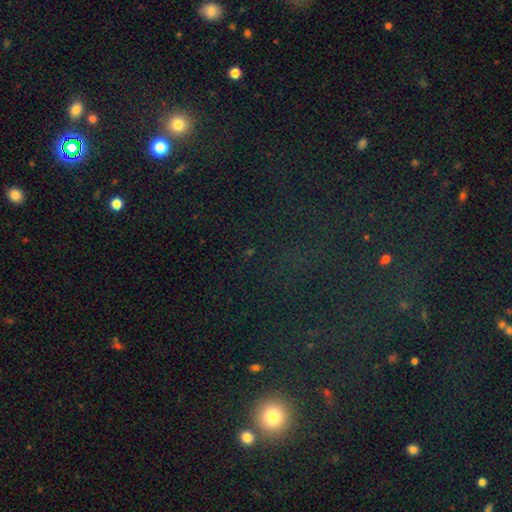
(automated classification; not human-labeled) The model was most divided on "smooth or featured": star or artifact: 63%, smooth: 28%, featured or disk: 9%.